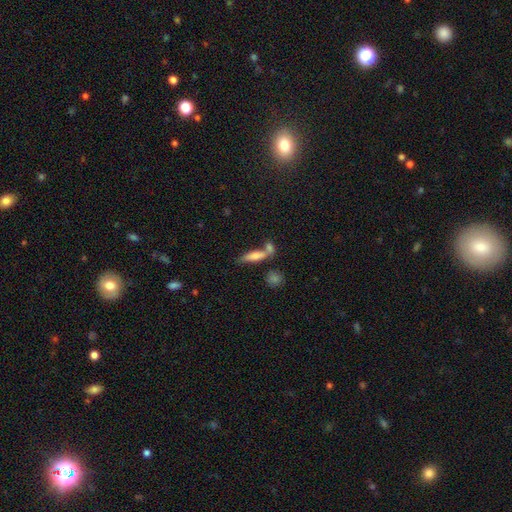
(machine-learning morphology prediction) type=smooth (71%); roundness=cigar-shaped (61%); merging=none (44%).